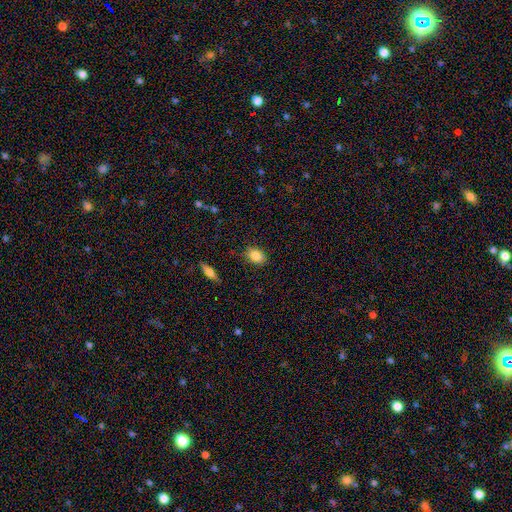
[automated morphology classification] This is clearly a smooth galaxy (84%). How rounded: likely in between (73%). Merging: clearly none (84%).